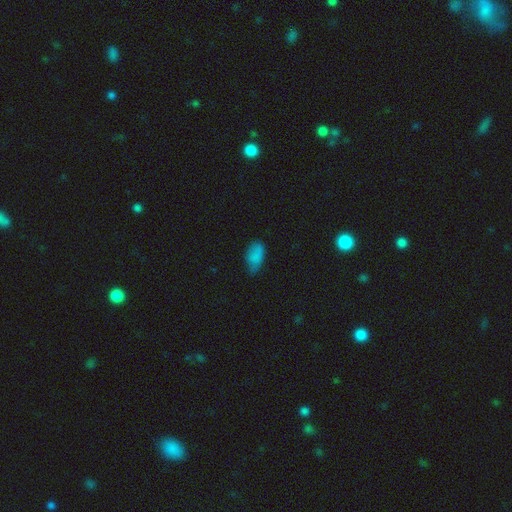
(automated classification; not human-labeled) A smooth galaxy with no disk features (81%) that is in between round and cigar-shaped (92%). Merging: none (46%).